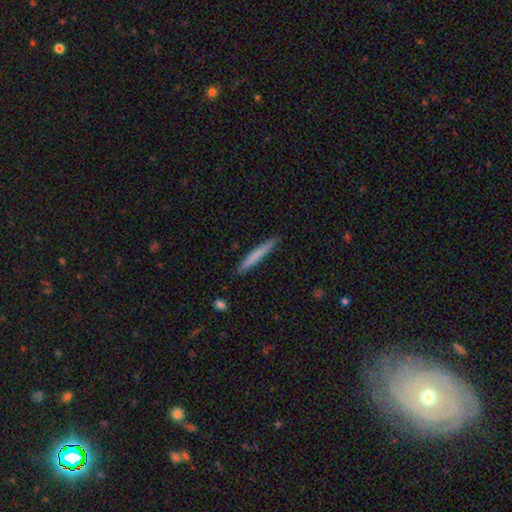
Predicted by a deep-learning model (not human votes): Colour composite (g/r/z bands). It shows a smooth galaxy with no disk features (69%) that is cigar-shaped (96%). Merging: none (90%).